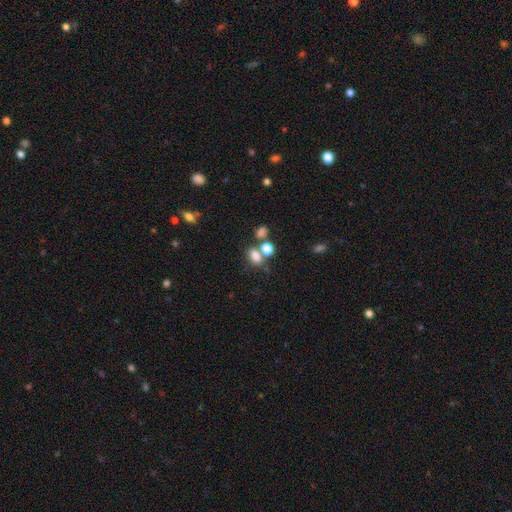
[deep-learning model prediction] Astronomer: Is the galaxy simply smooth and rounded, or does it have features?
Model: smooth — 76%.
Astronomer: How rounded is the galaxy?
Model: in between — 69%.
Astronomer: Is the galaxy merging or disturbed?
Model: none — 48% (runner-up: merger, 34%).